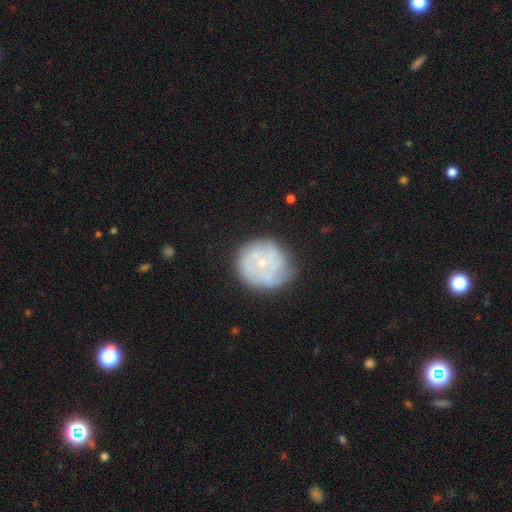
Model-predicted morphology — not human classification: Overall: featured or disk (58%; smooth 35%). Edge-on disk: no (98%). Bar: no (86%). Spiral arms: no (55%; yes 45%). Bulge size: small (64%). Merging: none (61%; minor disturbance 23%).